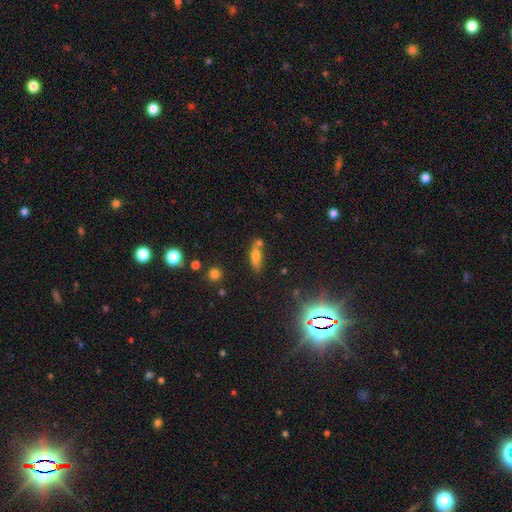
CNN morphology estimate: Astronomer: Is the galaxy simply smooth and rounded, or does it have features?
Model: smooth — 68%.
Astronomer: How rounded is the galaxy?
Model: in between — 66%.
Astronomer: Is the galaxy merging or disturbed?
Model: none — 53%.